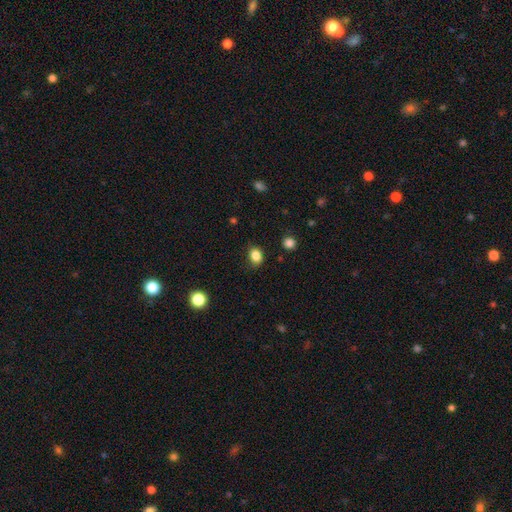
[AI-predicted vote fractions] A smooth galaxy with no disk features (85%) that is in between round and cigar-shaped (52%).

Vote fractions:
- Smooth or featured? smooth: 85% / star or artifact: 11% / featured or disk: 4%
- How rounded? in between: 52% / round: 47% / cigar-shaped: 1%
- Merging? none: 83% / minor disturbance: 12% / major disturbance: 3% / merger: 1%